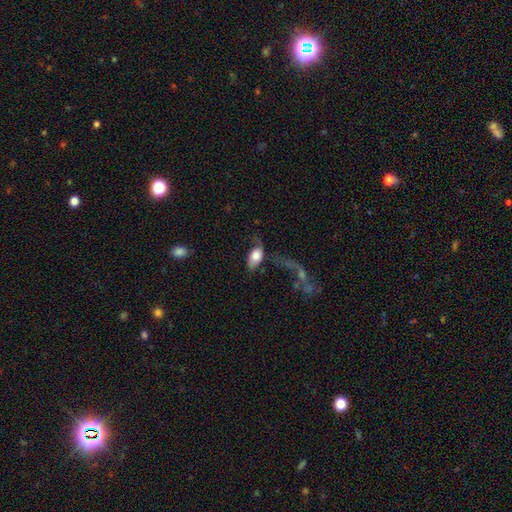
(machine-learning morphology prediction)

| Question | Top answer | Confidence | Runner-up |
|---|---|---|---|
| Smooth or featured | smooth | 69% | featured or disk (24%) |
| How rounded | in between | 90% | round (7%) |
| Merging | major disturbance | 38% | none (25%) |